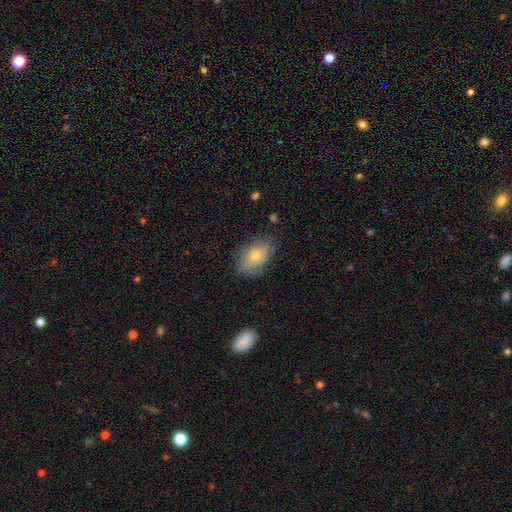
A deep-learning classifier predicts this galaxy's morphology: The model was most divided on "smooth or featured": smooth: 65%, featured or disk: 27%, star or artifact: 8%. More confident: how rounded — in between (88%); merging — none (71%).